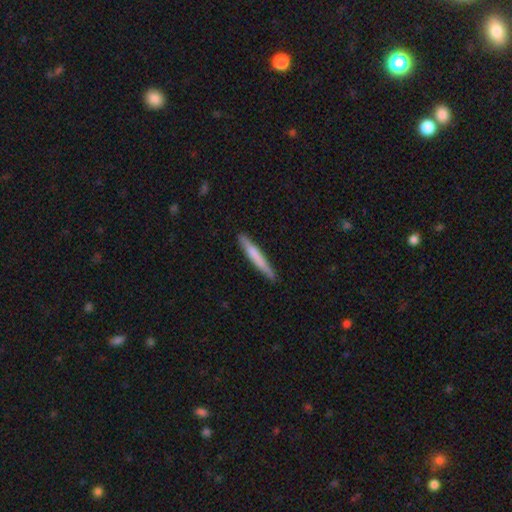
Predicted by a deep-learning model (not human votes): smooth 65%, featured or disk 29%, star or artifact 5%. Down the decision tree: how rounded — cigar-shaped (96%); merging — none (88%).